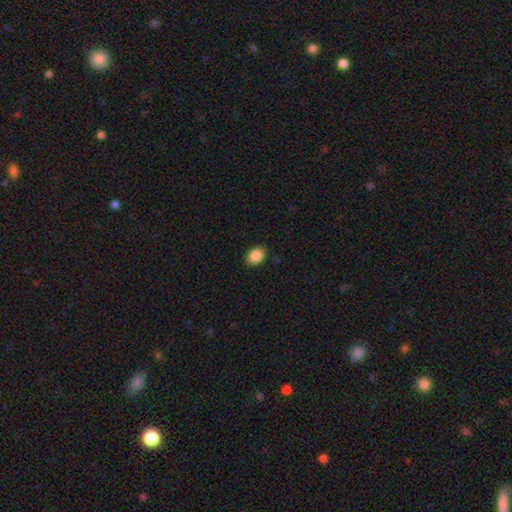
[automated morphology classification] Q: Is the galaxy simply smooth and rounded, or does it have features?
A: smooth — 88%.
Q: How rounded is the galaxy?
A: in between — 75%.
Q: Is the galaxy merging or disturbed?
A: none — 89%.